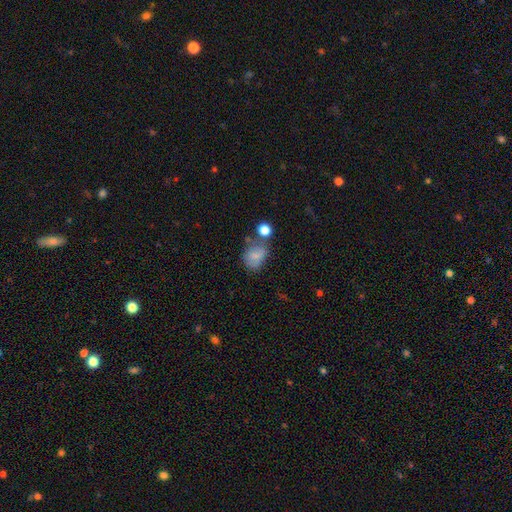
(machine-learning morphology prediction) smooth_or_featured: smooth (p=0.74) [alt: featured or disk p=0.15]
how_rounded: in between (p=0.50) [alt: round p=0.49]
merging: none (p=0.45) [alt: minor disturbance p=0.23]